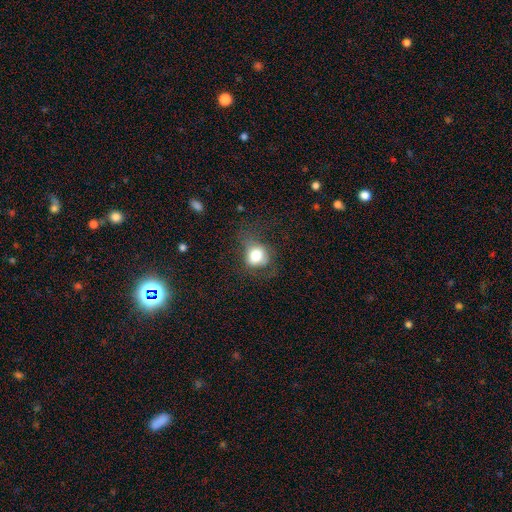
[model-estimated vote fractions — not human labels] Q: Smooth or featured?
A: smooth (73%); runner-up: featured or disk (16%)
Q: How rounded?
A: round (65%); runner-up: in between (34%)
Q: Merging?
A: none (50%); runner-up: minor disturbance (24%)